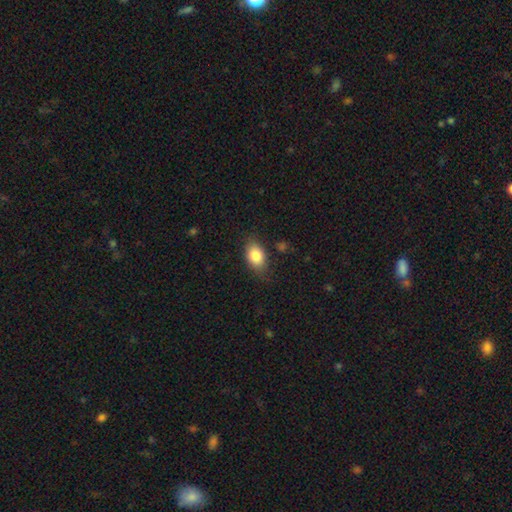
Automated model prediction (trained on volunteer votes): Smooth or featured?
  - smooth: 84% *
  - featured or disk: 9%
  - star or artifact: 8%
How rounded?
  - in between: 86% *
  - round: 12%
  - cigar-shaped: 2%
Merging?
  - none: 78% *
  - minor disturbance: 16%
  - major disturbance: 4%
  - merger: 1%